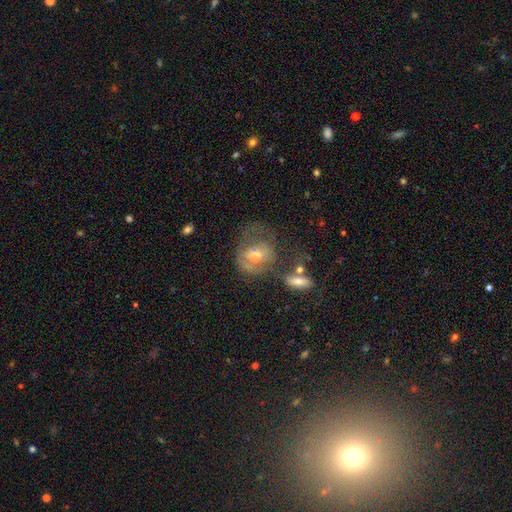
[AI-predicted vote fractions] Smooth or featured? Predicted: featured or disk (p=0.55). Edge-on disk? Predicted: no (p=0.94). Bar? Predicted: no (p=0.58). Spiral arms? Predicted: yes (p=0.55). Bulge size? Predicted: moderate (p=0.54). Merging? Predicted: none (p=0.39).